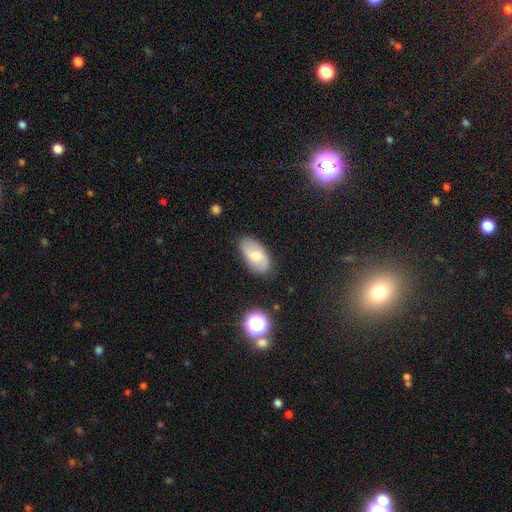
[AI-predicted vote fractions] Smooth or featured?
  - smooth: 56% *
  - featured or disk: 36%
  - star or artifact: 8%
How rounded?
  - in between: 93% *
  - round: 5%
  - cigar-shaped: 2%
Merging?
  - none: 79% *
  - minor disturbance: 16%
  - major disturbance: 3%
  - merger: 2%